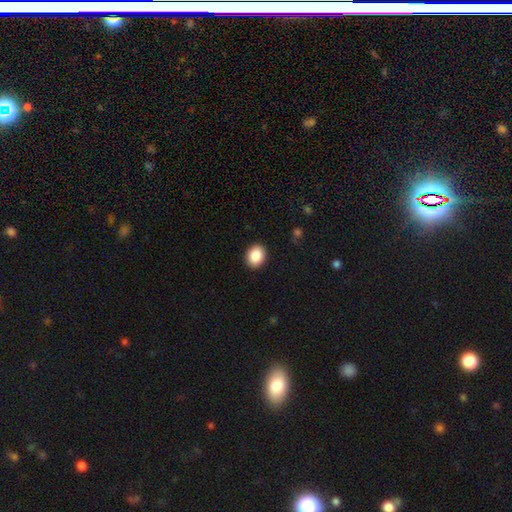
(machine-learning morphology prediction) Overall: smooth (88%). How rounded: in between (50%; round 49%). Merging: none (90%).